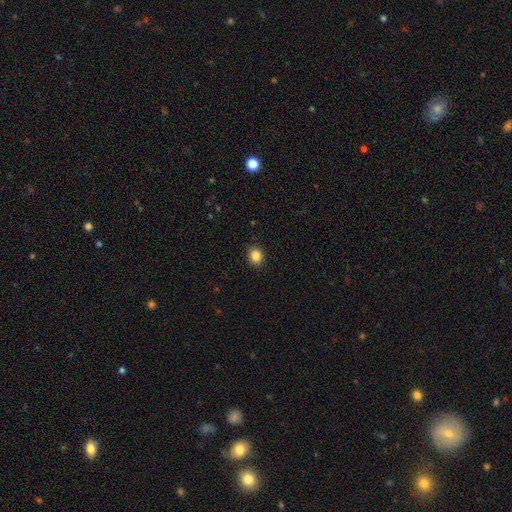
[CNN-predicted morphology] Smooth or featured?
  - smooth: 87% *
  - star or artifact: 10%
  - featured or disk: 3%
How rounded?
  - round: 60% *
  - in between: 39%
  - cigar-shaped: 1%
Merging?
  - none: 90% *
  - minor disturbance: 7%
  - major disturbance: 2%
  - merger: 1%